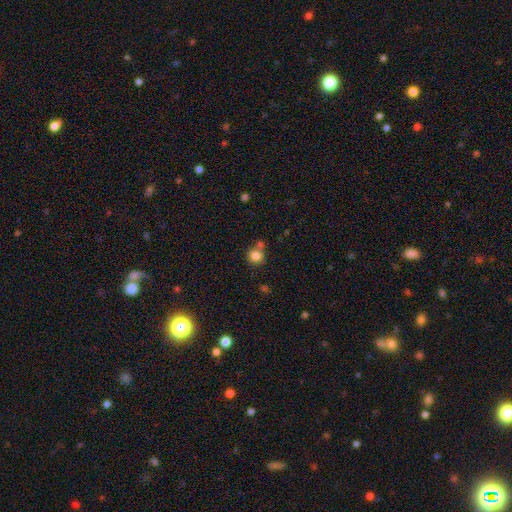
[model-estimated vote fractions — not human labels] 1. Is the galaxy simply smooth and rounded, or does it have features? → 82% smooth, 11% star or artifact, 7% featured or disk.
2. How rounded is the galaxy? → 87% round, 12% in between, 1% cigar-shaped.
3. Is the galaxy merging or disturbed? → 61% none, 25% merger, 11% minor disturbance, 4% major disturbance.